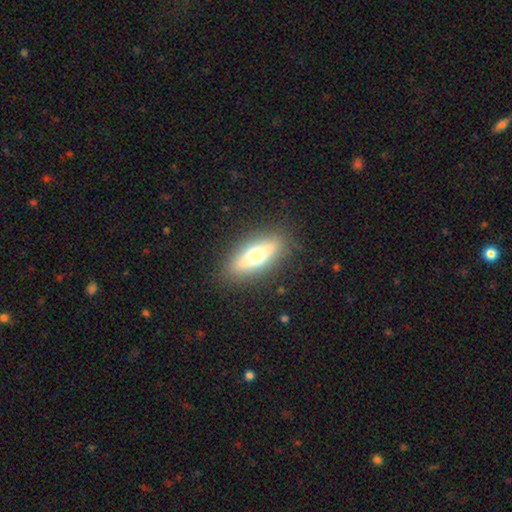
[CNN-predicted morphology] A smooth galaxy with no disk features (55%) that is in between round and cigar-shaped (60%).

Vote fractions:
- Smooth or featured? smooth: 55% / featured or disk: 36% / star or artifact: 8%
- How rounded? in between: 60% / cigar-shaped: 35% / round: 5%
- Merging? none: 87% / minor disturbance: 9% / major disturbance: 3% / merger: 1%